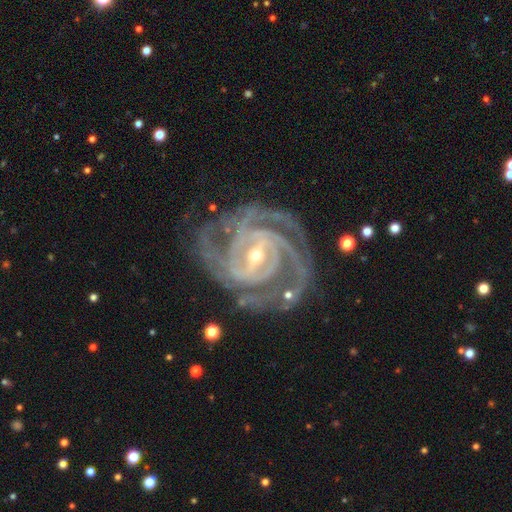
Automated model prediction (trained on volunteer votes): A featured or disk galaxy (93%) with a strong bar (51%), 3 (33%) tight (72%) spiral arms (99%) and a small central bulge (60%). Merging: none (74%).